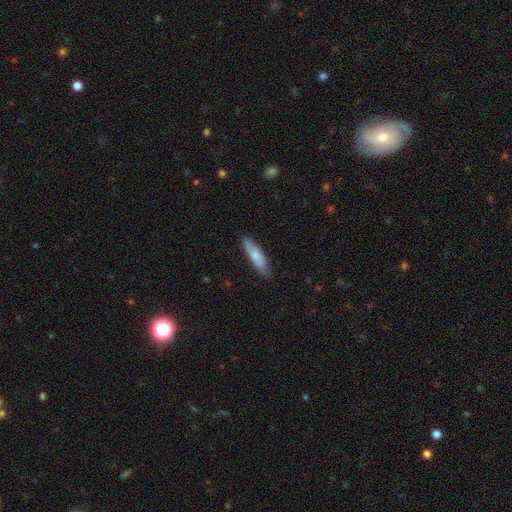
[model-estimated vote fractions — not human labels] The model was most divided on "how rounded": cigar-shaped: 61%, in between: 37%, round: 2%. More confident: merging — none (82%); smooth or featured — smooth (73%).